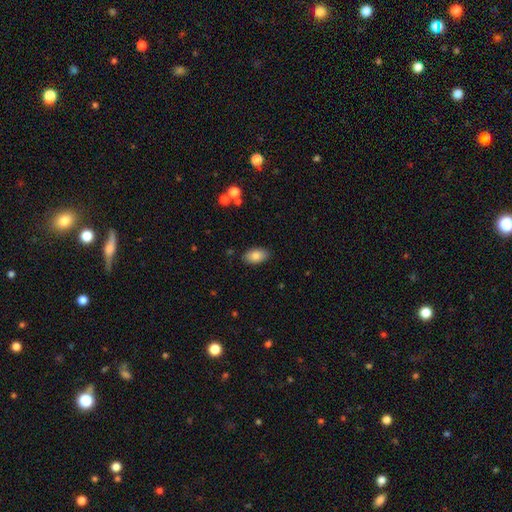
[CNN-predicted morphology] smooth-or-featured: smooth: 82% | featured or disk: 11% | star or artifact: 8%
  how-rounded: in between: 93% | round: 6% | cigar-shaped: 2%
  merging: none: 87% | minor disturbance: 10% | major disturbance: 2% | merger: 1%